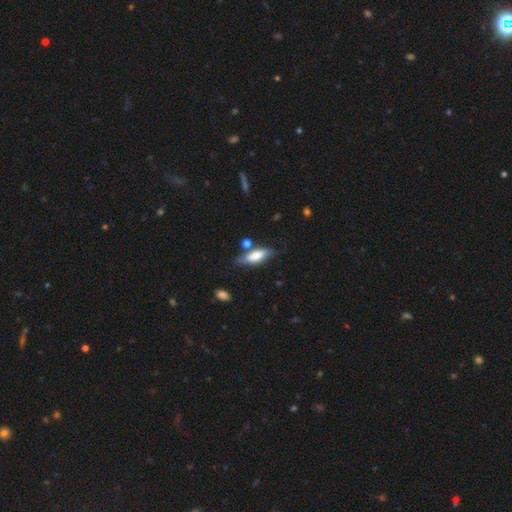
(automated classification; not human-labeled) Q: Smooth or featured?
A: smooth (69%); runner-up: featured or disk (24%)
Q: How rounded?
A: in between (59%); runner-up: cigar-shaped (39%)
Q: Merging?
A: none (66%); runner-up: minor disturbance (21%)